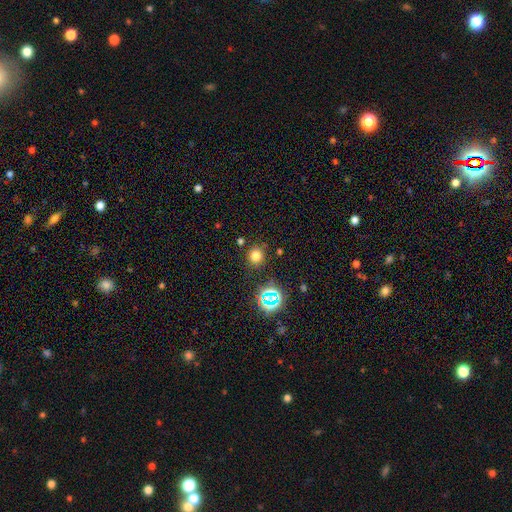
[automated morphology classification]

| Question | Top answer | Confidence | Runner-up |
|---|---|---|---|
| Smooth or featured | smooth | 72% | star or artifact (22%) |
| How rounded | round | 84% | in between (15%) |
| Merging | none | 84% | minor disturbance (9%) |